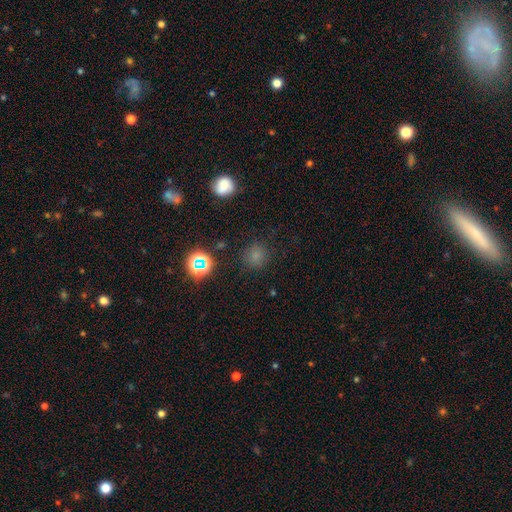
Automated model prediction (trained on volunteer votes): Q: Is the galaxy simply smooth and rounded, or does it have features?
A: smooth — 71%.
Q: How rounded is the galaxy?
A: round — 89%.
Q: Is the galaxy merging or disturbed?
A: none — 85%.